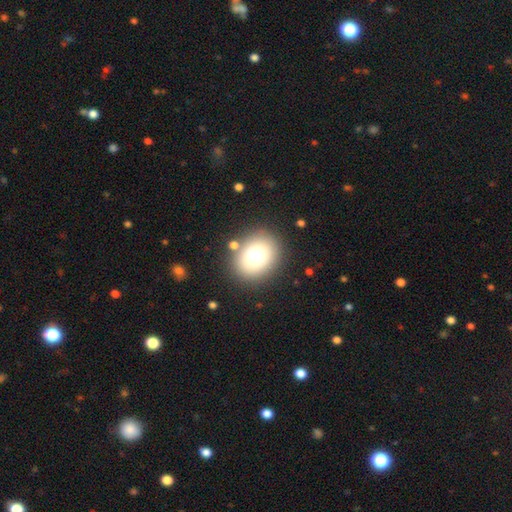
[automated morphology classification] A smooth galaxy with no disk features (72%) that is round (67%). Merging: none (81%).